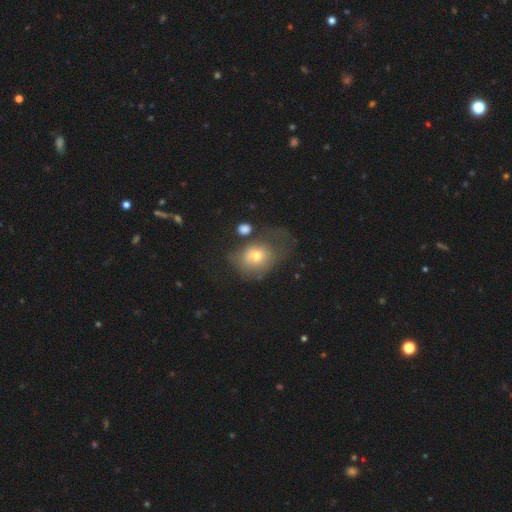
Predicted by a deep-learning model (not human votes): Smooth or featured?
  - smooth: 62% *
  - featured or disk: 27%
  - star or artifact: 11%
How rounded?
  - round: 50% *
  - in between: 49%
  - cigar-shaped: 1%
Merging?
  - major disturbance: 42% *
  - none: 25%
  - minor disturbance: 23%
  - merger: 9%